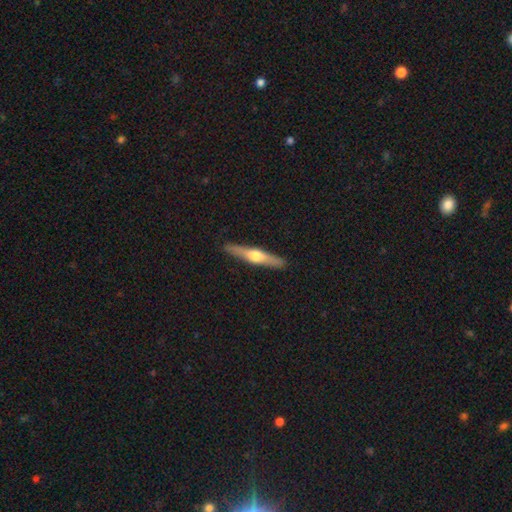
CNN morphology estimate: featured or disk 62%, smooth 33%, star or artifact 5%. Down the decision tree: edge-on disk — yes (96%); edge-on bulge — rounded (93%); merging — none (91%).